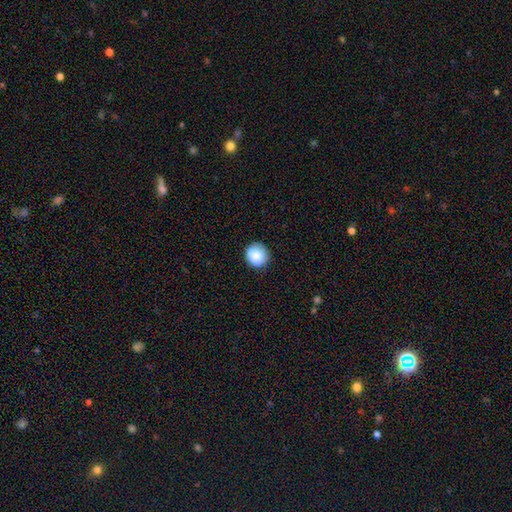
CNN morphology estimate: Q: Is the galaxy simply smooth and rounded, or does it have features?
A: smooth — 85%.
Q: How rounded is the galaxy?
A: round — 92%.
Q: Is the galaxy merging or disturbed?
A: none — 87%.